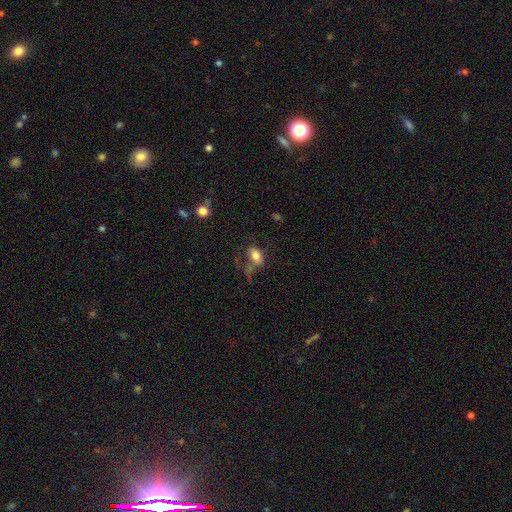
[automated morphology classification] The model was most divided on "merging": none: 40%, major disturbance: 22%, minor disturbance: 21%, merger: 17%. More confident: how rounded — in between (86%); smooth or featured — smooth (77%).